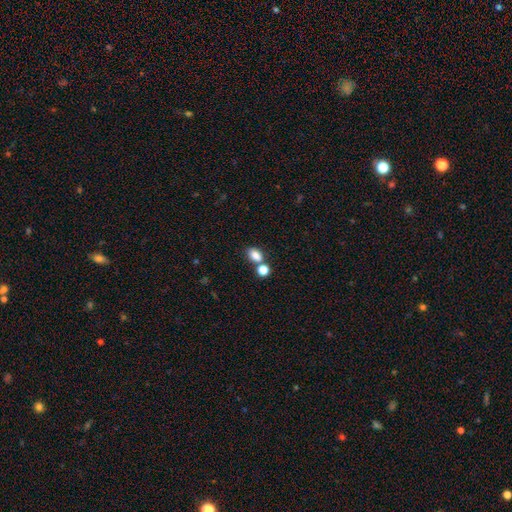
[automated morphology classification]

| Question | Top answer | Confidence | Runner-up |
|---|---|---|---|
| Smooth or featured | smooth | 82% | star or artifact (12%) |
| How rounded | in between | 78% | round (20%) |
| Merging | none | 57% | merger (28%) |